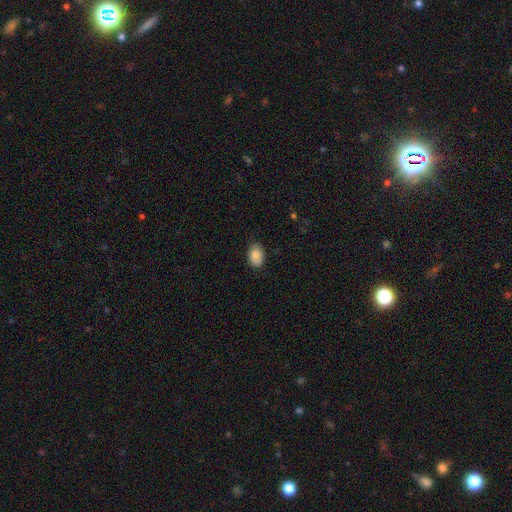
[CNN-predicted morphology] Smooth or featured?
  - smooth: 87% *
  - star or artifact: 7%
  - featured or disk: 6%
How rounded?
  - in between: 86% *
  - round: 13%
  - cigar-shaped: 1%
Merging?
  - none: 79% *
  - minor disturbance: 17%
  - major disturbance: 3%
  - merger: 1%